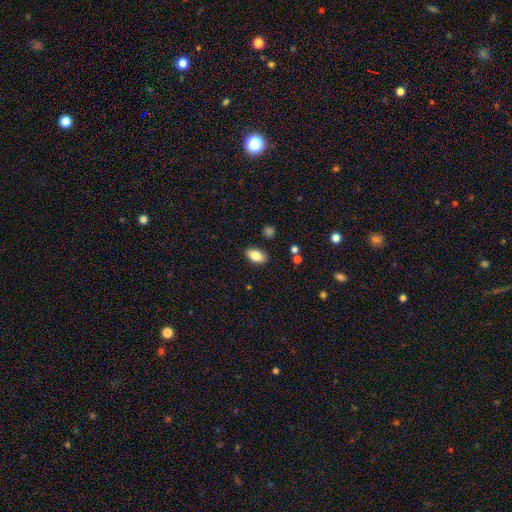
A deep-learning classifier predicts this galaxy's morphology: The model was most divided on "smooth or featured": smooth: 82%, featured or disk: 10%, star or artifact: 8%. More confident: how rounded — in between (91%); merging — none (86%).